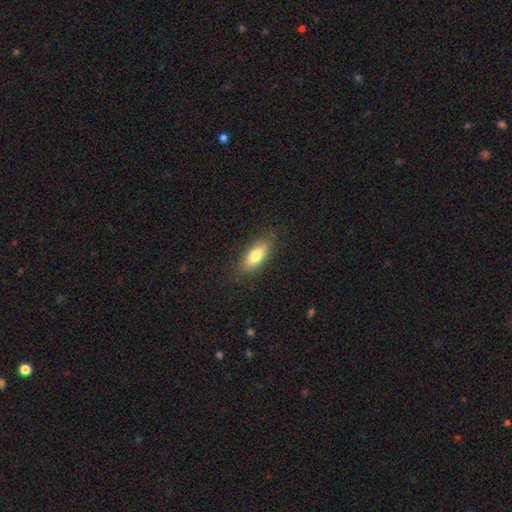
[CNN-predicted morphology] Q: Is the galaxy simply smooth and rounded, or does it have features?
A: smooth — 76%.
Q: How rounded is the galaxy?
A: in between — 77%.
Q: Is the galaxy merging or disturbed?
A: none — 84%.